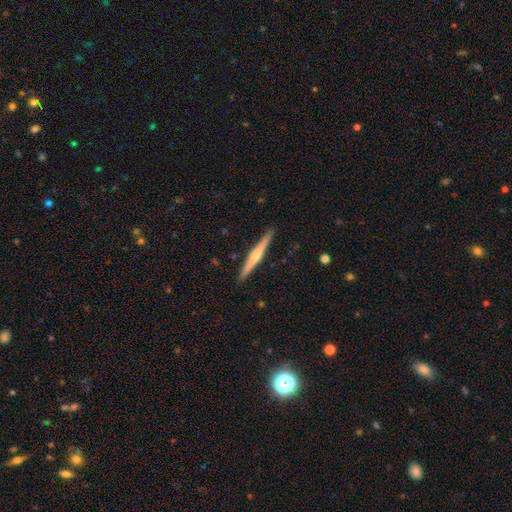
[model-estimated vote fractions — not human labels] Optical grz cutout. It shows a featured or disk galaxy (61%) viewed edge-on (98%) with a rounded central bulge (72%). Merging: none (92%).